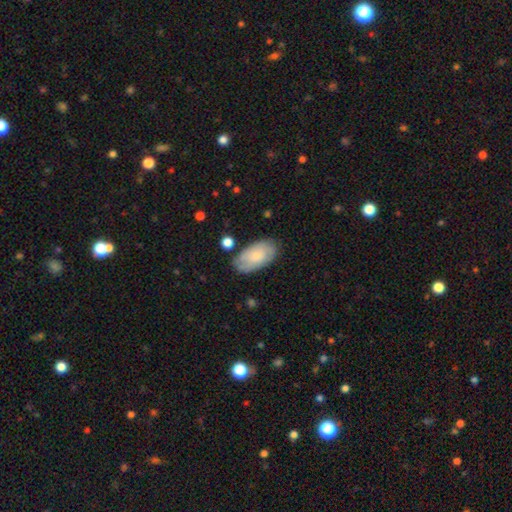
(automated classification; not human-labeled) Q: Smooth or featured?
A: smooth (64%); runner-up: featured or disk (29%)
Q: How rounded?
A: in between (94%); runner-up: round (4%)
Q: Merging?
A: none (75%); runner-up: minor disturbance (18%)